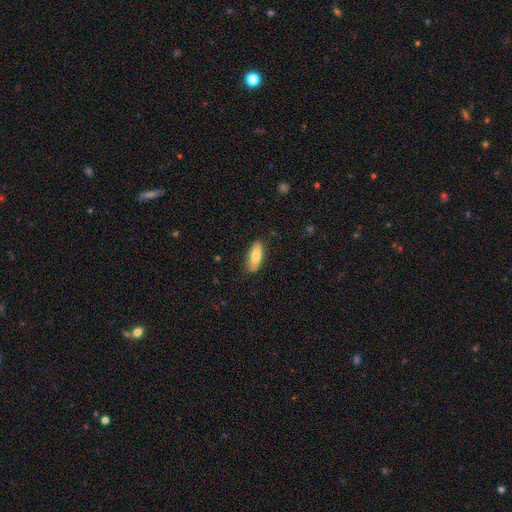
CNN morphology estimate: A smooth galaxy with no disk features (77%) that is in between round and cigar-shaped (74%).

Vote fractions:
- Smooth or featured? smooth: 77% / featured or disk: 17% / star or artifact: 6%
- How rounded? in between: 74% / cigar-shaped: 24% / round: 2%
- Merging? none: 82% / minor disturbance: 15% / major disturbance: 3% / merger: 1%